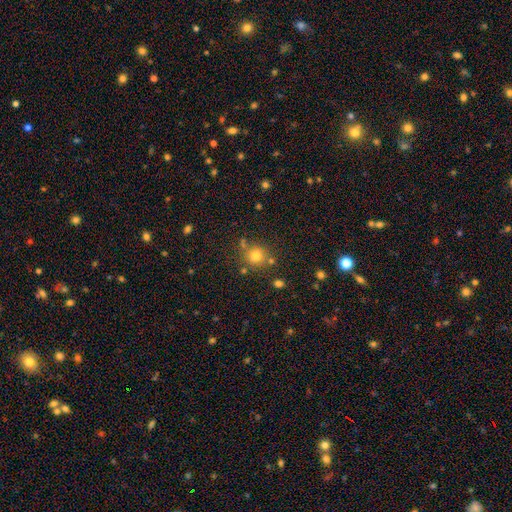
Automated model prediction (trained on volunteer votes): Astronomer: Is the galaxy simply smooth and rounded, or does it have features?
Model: smooth — 76%.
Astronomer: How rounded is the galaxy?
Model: round — 91%.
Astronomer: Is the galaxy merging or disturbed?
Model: none — 76%.